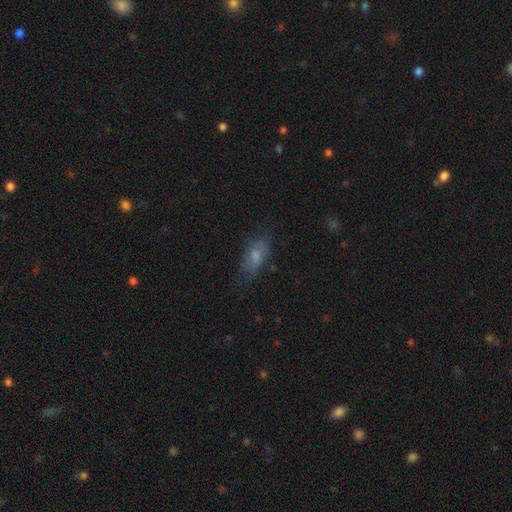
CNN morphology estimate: Q: Smooth or featured?
A: smooth (60%); runner-up: featured or disk (29%)
Q: How rounded?
A: in between (80%); runner-up: cigar-shaped (15%)
Q: Merging?
A: none (64%); runner-up: minor disturbance (23%)